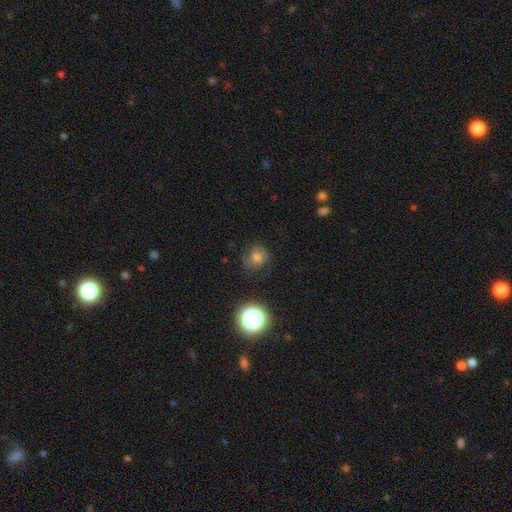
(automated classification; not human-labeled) smooth-or-featured: smooth: 49% | star or artifact: 28% | featured or disk: 23%
  merging: none: 77% | minor disturbance: 15% | major disturbance: 6% | merger: 2%